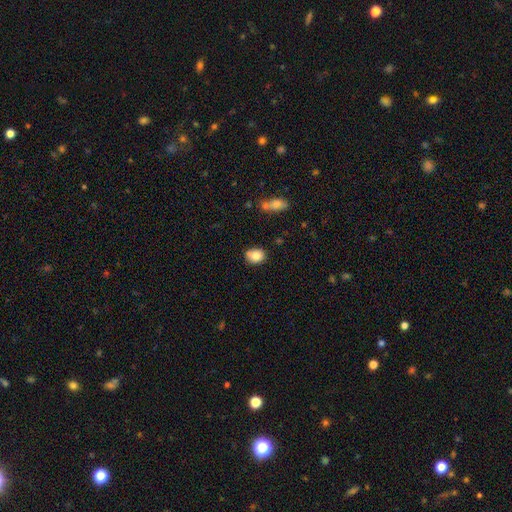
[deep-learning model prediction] Smooth or featured? smooth (81%)
How rounded? round (51%)
Merging? none (68%)